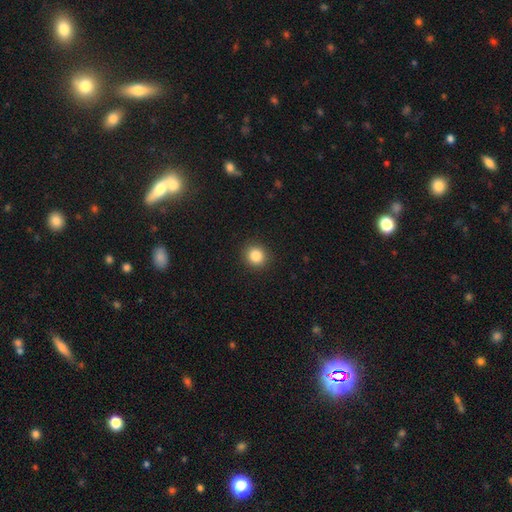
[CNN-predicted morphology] smooth_or_featured: smooth (p=0.85) [alt: star or artifact p=0.10]
how_rounded: round (p=0.89) [alt: in between p=0.10]
merging: none (p=0.91) [alt: minor disturbance p=0.06]